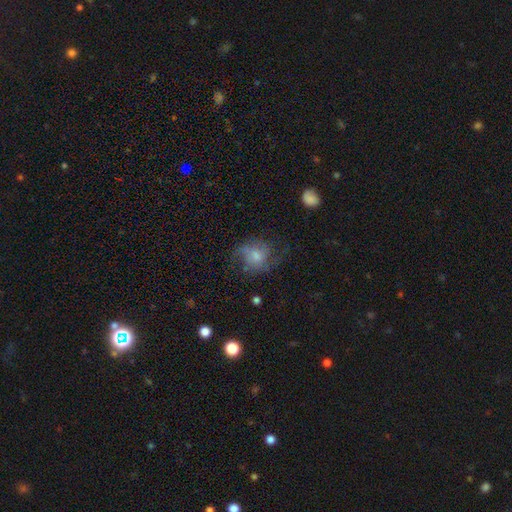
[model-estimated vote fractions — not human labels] A smooth galaxy with no disk features (46%). Merging: none (45%).